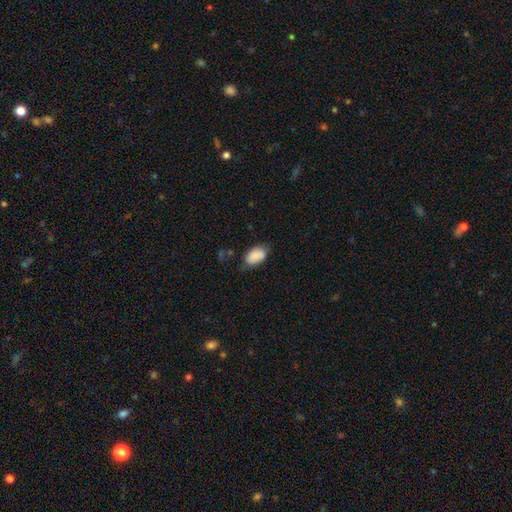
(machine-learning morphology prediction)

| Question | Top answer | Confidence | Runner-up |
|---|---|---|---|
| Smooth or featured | smooth | 84% | featured or disk (8%) |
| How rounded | in between | 91% | round (8%) |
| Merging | none | 62% | minor disturbance (28%) |